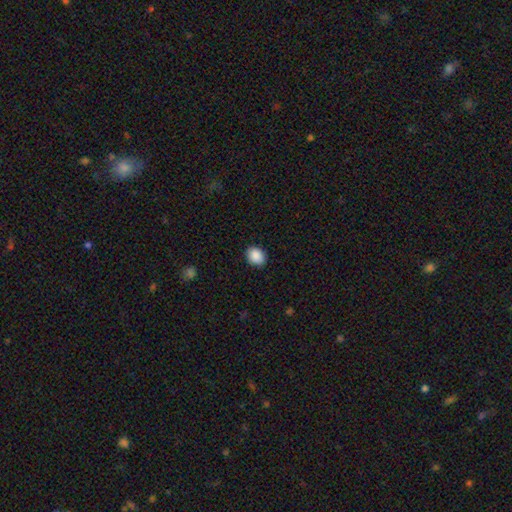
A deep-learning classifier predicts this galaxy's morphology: Overall: smooth (90%). How rounded: in between (55%; round 45%). Merging: none (89%).